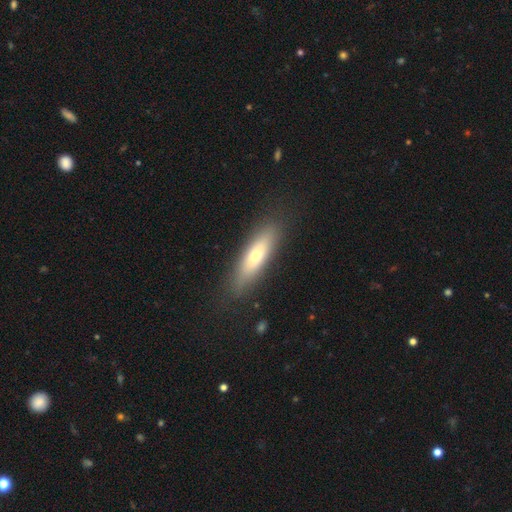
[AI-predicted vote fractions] A smooth galaxy with no disk features (59%) that is cigar-shaped (63%). Merging: none (85%).